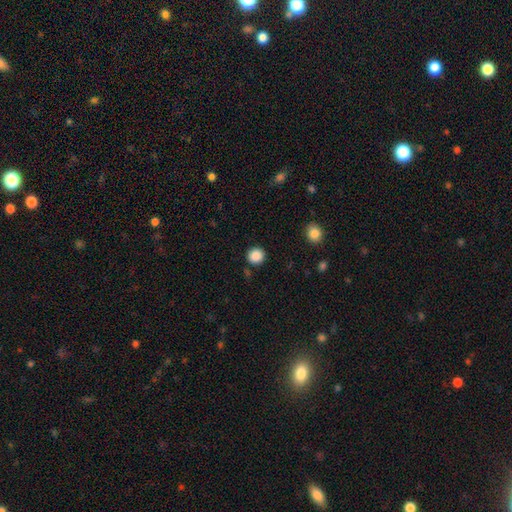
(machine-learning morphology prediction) type=smooth (88%); roundness=round (92%); merging=none (89%).